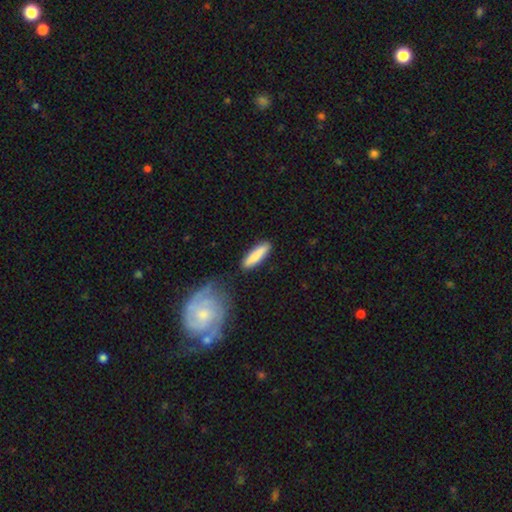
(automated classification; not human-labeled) smooth_or_featured: smooth (p=0.83) [alt: featured or disk p=0.12]
how_rounded: cigar-shaped (p=0.71) [alt: in between p=0.27]
merging: none (p=0.84) [alt: minor disturbance p=0.10]